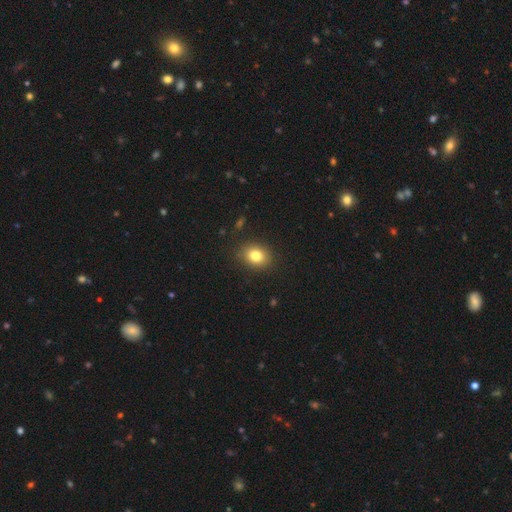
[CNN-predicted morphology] This is clearly a smooth galaxy (81%). How rounded: possibly round (50%). Merging: clearly none (88%).